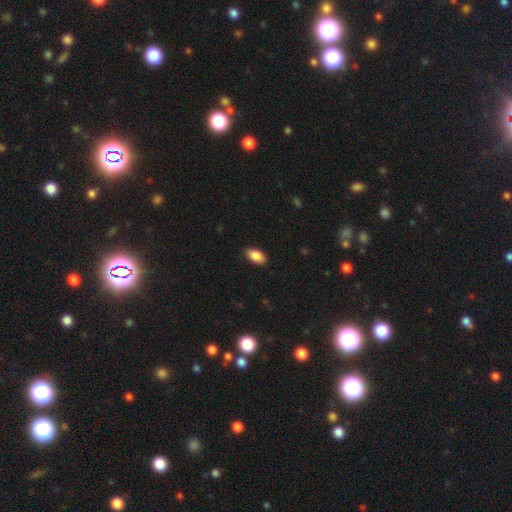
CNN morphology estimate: smooth-or-featured: smooth: 88% | star or artifact: 7% | featured or disk: 5%
  how-rounded: in between: 94% | round: 3% | cigar-shaped: 3%
  merging: none: 87% | minor disturbance: 10% | major disturbance: 2% | merger: 1%